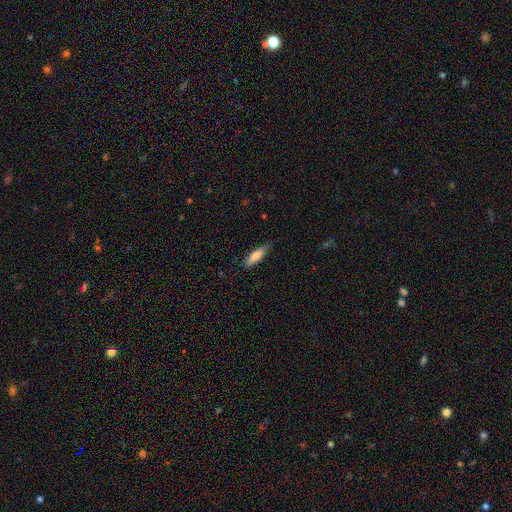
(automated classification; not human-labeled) This is likely a smooth galaxy (78%). How rounded: likely cigar-shaped (64%). Merging: clearly none (81%).